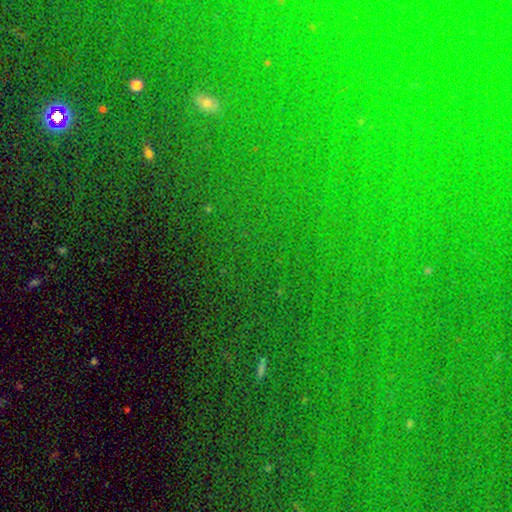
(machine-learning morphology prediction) A star or artifact, not a galaxy (77%).

Vote fractions:
- Smooth or featured? star or artifact: 77% / smooth: 14% / featured or disk: 9%